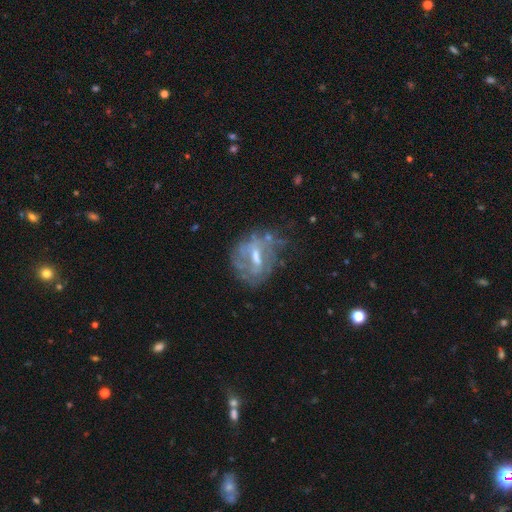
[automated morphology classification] smooth_or_featured: featured or disk (p=0.69) [alt: smooth p=0.20]
disk_edge_on: no (p=0.94) [alt: yes p=0.06]
bar: weak (p=0.49) [alt: strong p=0.26]
has_spiral_arms: no (p=0.51) [alt: yes p=0.49]
bulge_size: moderate (p=0.49) [alt: small p=0.33]
merging: none (p=0.49) [alt: minor disturbance p=0.24]